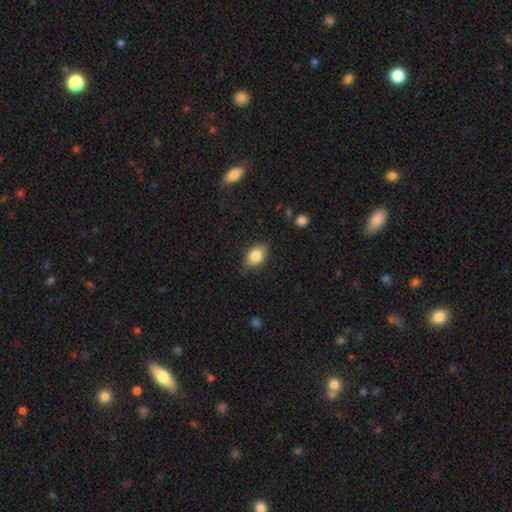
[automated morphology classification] This is likely a smooth galaxy (80%). How rounded: clearly in between (85%). Merging: likely none (78%).